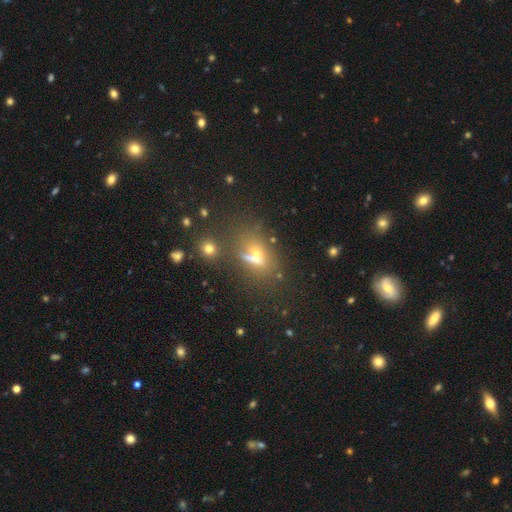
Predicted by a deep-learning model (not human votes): A smooth galaxy with no disk features (45%). Merging: none (48%).